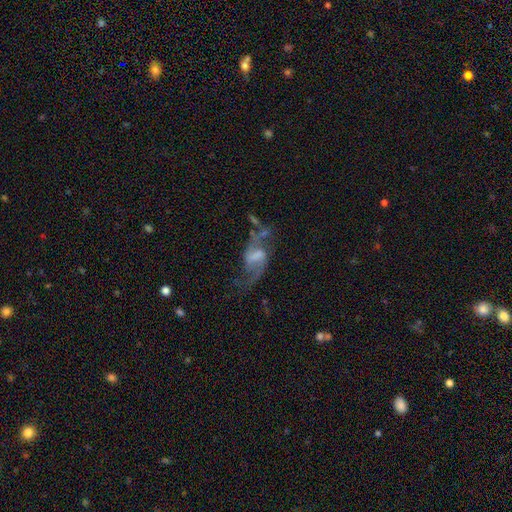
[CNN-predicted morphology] Smooth or featured: featured or disk — 83% (smooth — 10%)
Edge-on disk: no — 96% (yes — 4%)
Bar: weak — 51% (strong — 30%)
Spiral arms: yes — 93% (no — 7%)
Spiral winding: loose — 61% (medium — 33%)
Spiral arm count: 2 — 90% (can't tell — 4%)
Bulge size: none — 41% (small — 26%)
Merging: none — 60% (minor disturbance — 18%)